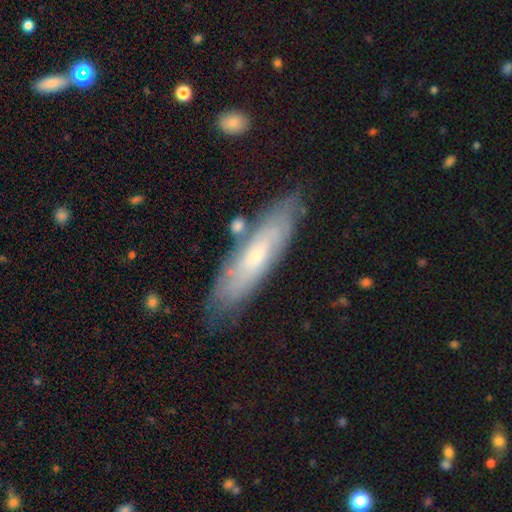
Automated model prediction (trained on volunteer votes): smooth-or-featured: featured or disk: 55% | smooth: 38% | star or artifact: 7%
  disk-edge-on: no: 61% | yes: 39%
  merging: none: 78% | minor disturbance: 15% | major disturbance: 4% | merger: 3%